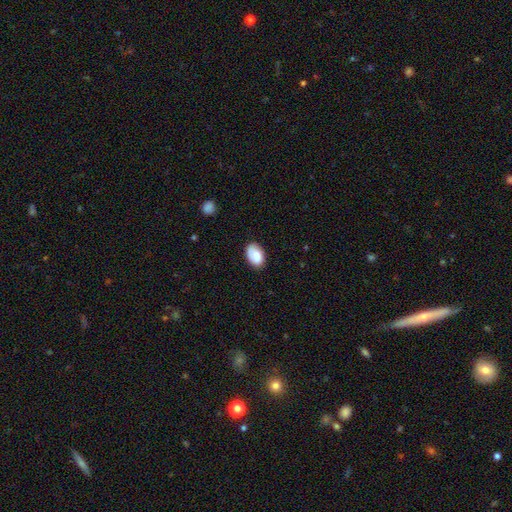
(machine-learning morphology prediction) Smooth or featured? smooth (79%)
How rounded? in between (89%)
Merging? none (75%)